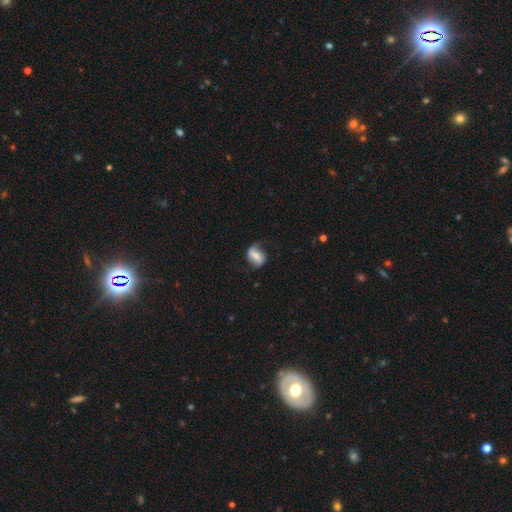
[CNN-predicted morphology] A featured or disk galaxy (51%).

Vote fractions:
- Smooth or featured? featured or disk: 51% / smooth: 41% / star or artifact: 8%
- Edge-on disk? no: 94% / yes: 6%
- Merging? none: 61% / minor disturbance: 25% / major disturbance: 12% / merger: 2%